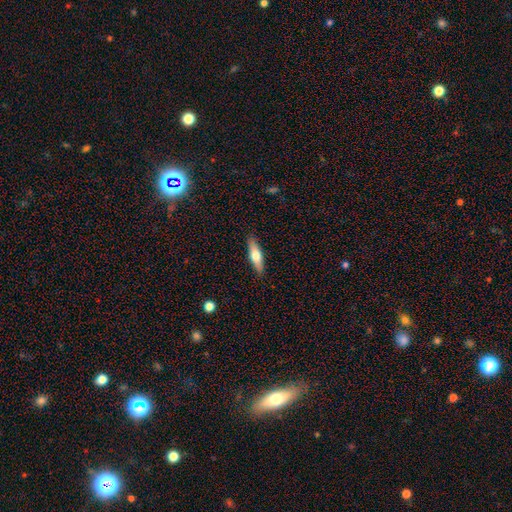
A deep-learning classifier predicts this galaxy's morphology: Smooth or featured? Predicted: smooth (p=0.55). How rounded? Predicted: cigar-shaped (p=0.67). Merging? Predicted: none (p=0.89).